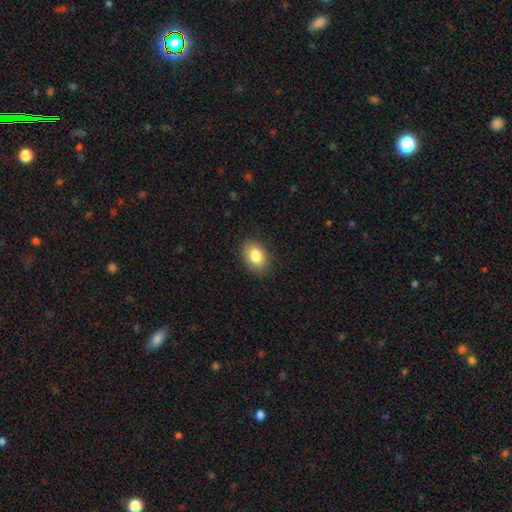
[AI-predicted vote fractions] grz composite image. It shows a smooth galaxy with no disk features (85%) that is in between round and cigar-shaped (78%). Merging: none (86%).